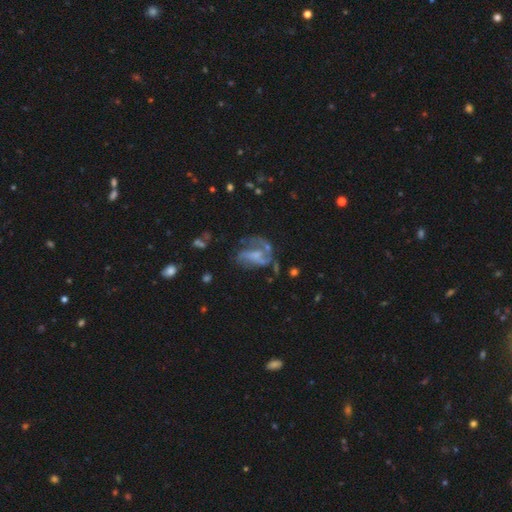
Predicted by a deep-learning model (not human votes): A featured or disk galaxy (65%) with no bar (51%), spiral arms (65%) and no central bulge (39%).

Vote fractions:
- Smooth or featured? featured or disk: 65% / smooth: 23% / star or artifact: 11%
- Edge-on disk? no: 97% / yes: 3%
- Bar? no: 51% / weak: 34% / strong: 15%
- Spiral arms? yes: 65% / no: 35%
- Bulge size? none: 39% / small: 32% / moderate: 22% / large: 5% / dominant: 2%
- Merging? major disturbance: 38% / none: 34% / minor disturbance: 20% / merger: 8%